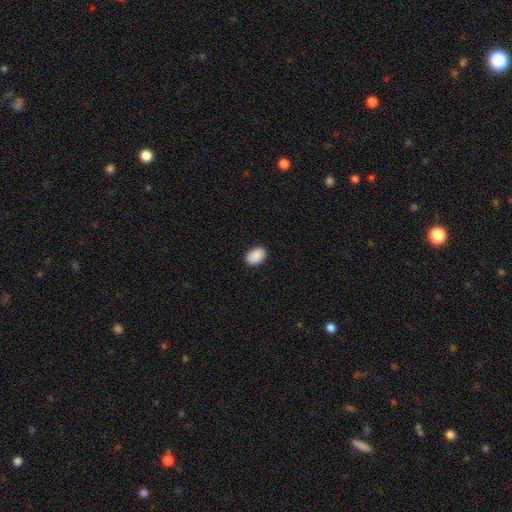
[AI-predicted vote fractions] Smooth or featured? Predicted: smooth (p=0.91). How rounded? Predicted: in between (p=0.85). Merging? Predicted: none (p=0.90).